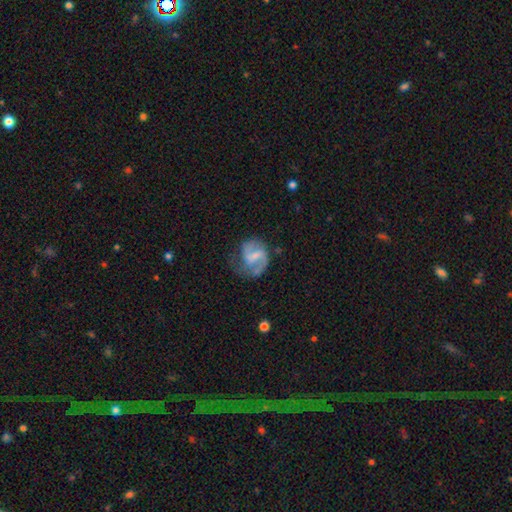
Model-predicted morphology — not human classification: Smooth or featured?
  - featured or disk: 77% *
  - smooth: 17%
  - star or artifact: 6%
Edge-on disk?
  - no: 98% *
  - yes: 2%
Bar?
  - weak: 53% *
  - strong: 26%
  - no: 21%
Spiral arms?
  - yes: 92% *
  - no: 8%
Spiral winding?
  - medium: 51% *
  - loose: 31%
  - tight: 18%
Spiral arm count?
  - 2: 79% *
  - 1: 10%
  - can't tell: 6%
  - 3: 2%
  - 4: 1%
  - more than 4: 1%
Bulge size?
  - small: 46% *
  - moderate: 25%
  - none: 25%
  - large: 3%
  - dominant: 1%
Merging?
  - none: 54% *
  - minor disturbance: 25%
  - major disturbance: 18%
  - merger: 3%